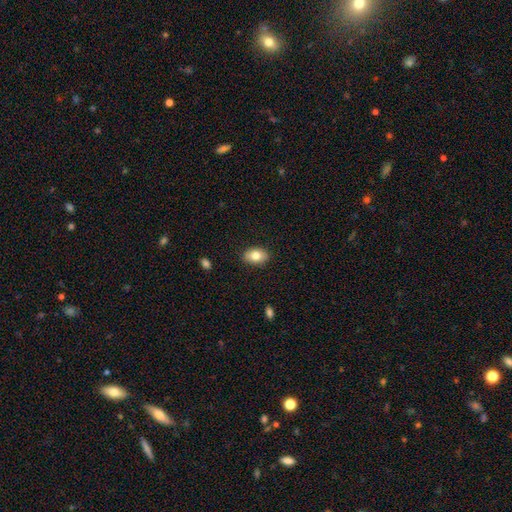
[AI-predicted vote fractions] This appears to be a smooth galaxy with no disk features (80%) that is in between round and cigar-shaped (83%). Merging: none (88%).